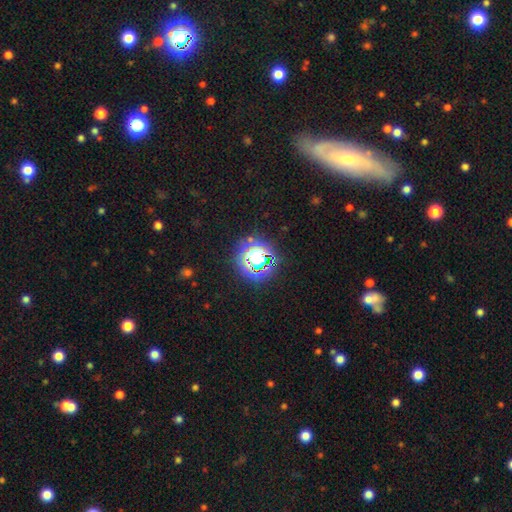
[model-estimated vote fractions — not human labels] Overall: star or artifact (56%; featured or disk 23%).